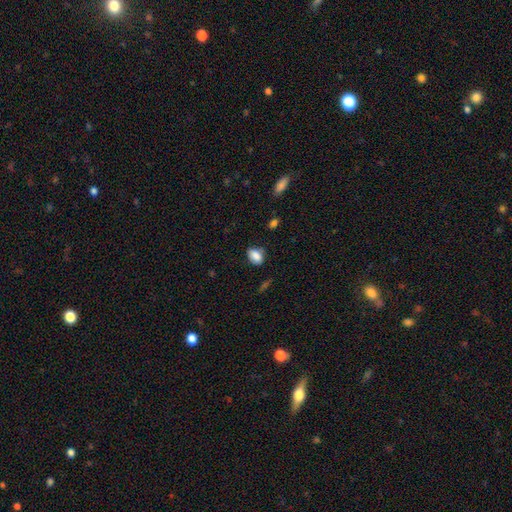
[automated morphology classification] Smooth or featured?
  - smooth: 86% *
  - star or artifact: 8%
  - featured or disk: 6%
How rounded?
  - in between: 83% *
  - round: 16%
  - cigar-shaped: 2%
Merging?
  - none: 69% *
  - minor disturbance: 23%
  - major disturbance: 5%
  - merger: 3%